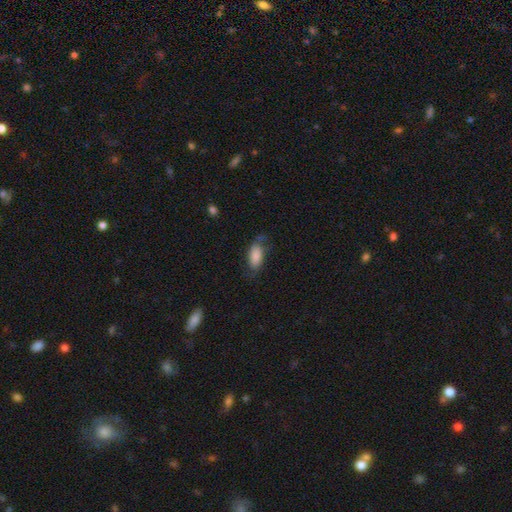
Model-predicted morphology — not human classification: A smooth galaxy with no disk features (80%) that is in between round and cigar-shaped (90%). Merging: none (56%).